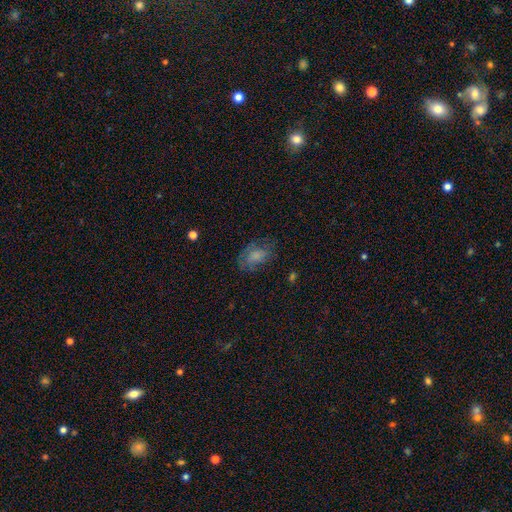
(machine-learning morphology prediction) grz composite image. It shows a smooth galaxy with no disk features (67%) that is in between round and cigar-shaped (85%). Merging: none (61%).